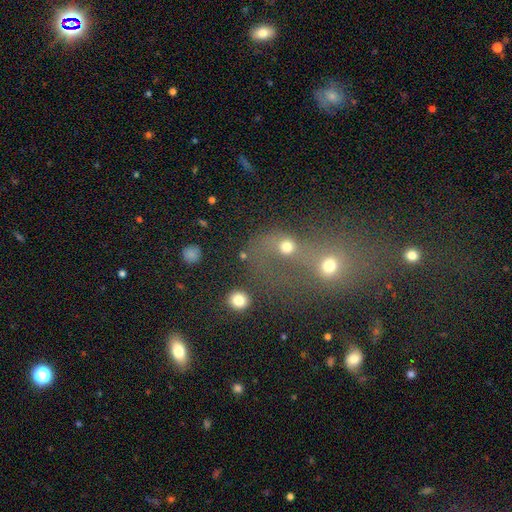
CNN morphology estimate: smooth-or-featured: smooth: 50% | star or artifact: 27% | featured or disk: 23%
  how-rounded: round: 61% | in between: 36% | cigar-shaped: 2%
  merging: merger: 69% | none: 17% | major disturbance: 8% | minor disturbance: 5%